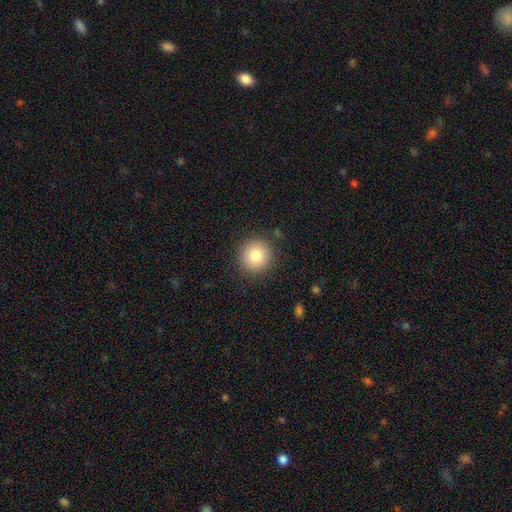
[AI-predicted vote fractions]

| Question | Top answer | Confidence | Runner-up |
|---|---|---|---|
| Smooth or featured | smooth | 83% | star or artifact (9%) |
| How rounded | round | 94% | in between (5%) |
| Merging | none | 89% | minor disturbance (7%) |